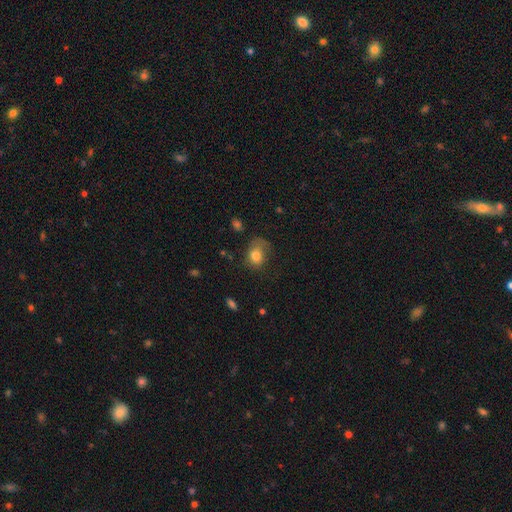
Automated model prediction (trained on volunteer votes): Morphology: type=smooth (76%); roundness=in between (54%); merging=none (38%).